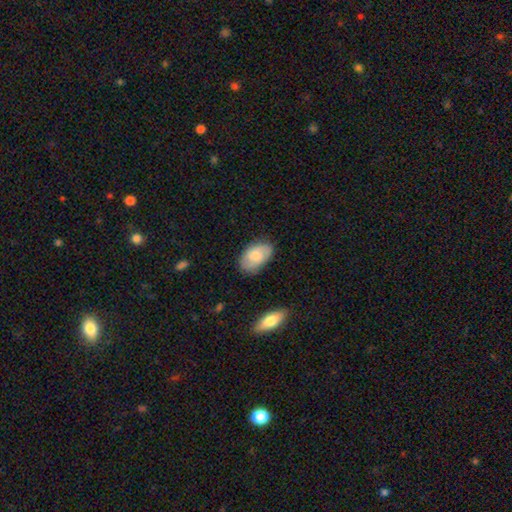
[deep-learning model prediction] Q: Smooth or featured?
A: smooth (64%); runner-up: featured or disk (30%)
Q: How rounded?
A: in between (92%); runner-up: round (6%)
Q: Merging?
A: none (80%); runner-up: minor disturbance (15%)